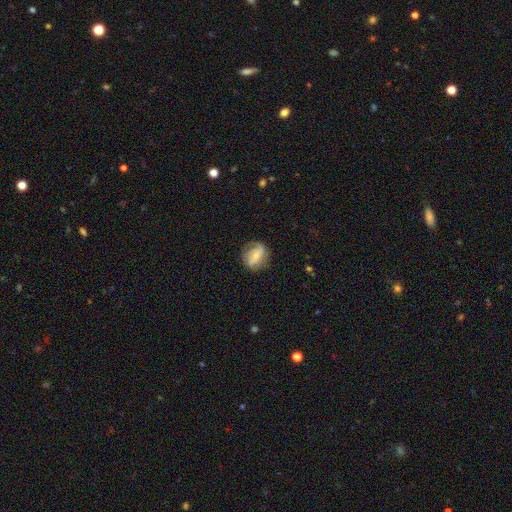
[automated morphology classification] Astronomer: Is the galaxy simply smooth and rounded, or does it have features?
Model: featured or disk — 60%.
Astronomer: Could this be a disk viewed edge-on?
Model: no — 94%.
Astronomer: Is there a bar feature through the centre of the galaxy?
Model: strong — 39% (runner-up: weak, 35%).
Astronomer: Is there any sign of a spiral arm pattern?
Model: yes — 74%.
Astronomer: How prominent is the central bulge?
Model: small — 55% (runner-up: moderate, 39%).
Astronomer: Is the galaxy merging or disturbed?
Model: none — 70%.